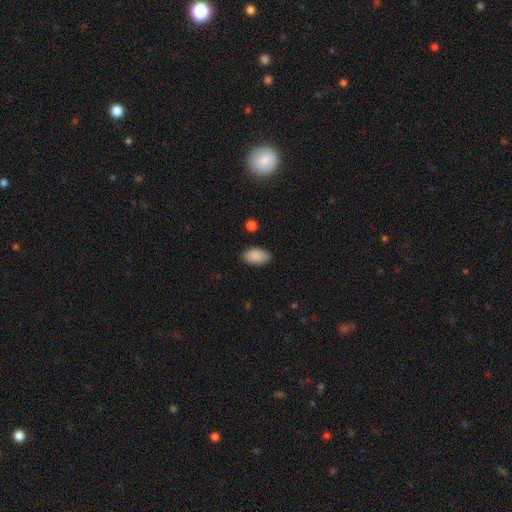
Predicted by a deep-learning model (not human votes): This appears to be a smooth galaxy with no disk features (88%) that is in between round and cigar-shaped (94%). Merging: none (83%).